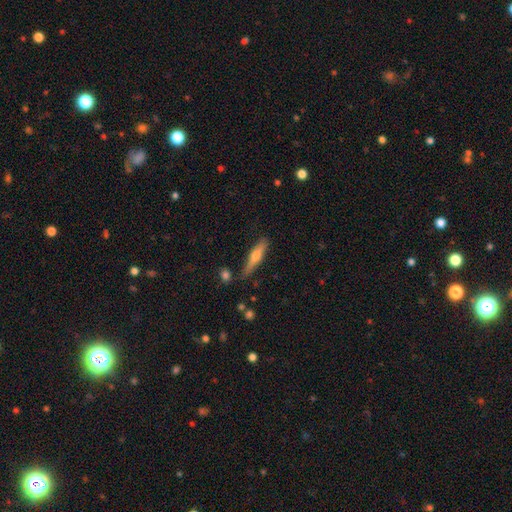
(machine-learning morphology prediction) A featured or disk galaxy (49%).

Vote fractions:
- Smooth or featured? featured or disk: 49% / smooth: 45% / star or artifact: 6%
- Merging? none: 79% / minor disturbance: 14% / merger: 4% / major disturbance: 3%